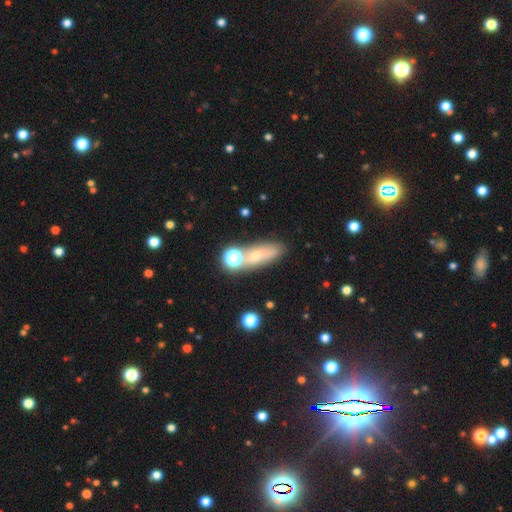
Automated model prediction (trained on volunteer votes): smooth 57%, featured or disk 23%, star or artifact 20%. Down the decision tree: how rounded — in between (54%); merging — none (59%).